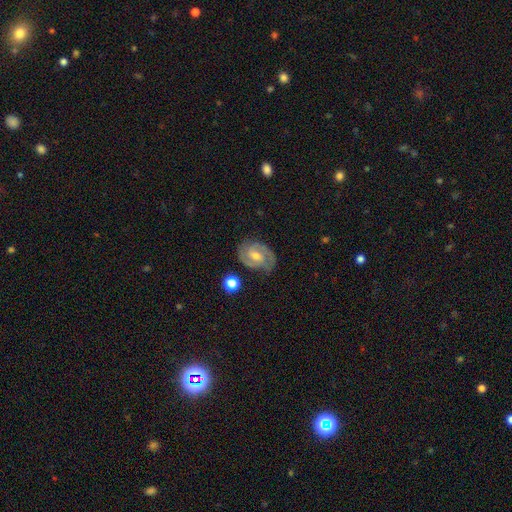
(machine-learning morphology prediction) This is likely a featured or disk galaxy (79%). It is clearly not viewed edge-on (97%). Bar: possibly weak (51%). Spiral arm pattern: clearly yes (95%). Spiral arm count: clearly 2 (84%). Spiral winding: possibly medium (47%). Central bulge: possibly moderate (56%). Merging: likely none (77%).